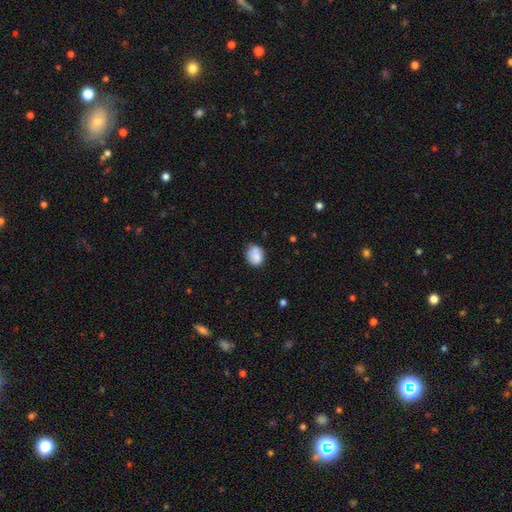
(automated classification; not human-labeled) Morphology: type=smooth (82%); roundness=round (60%); merging=none (66%).